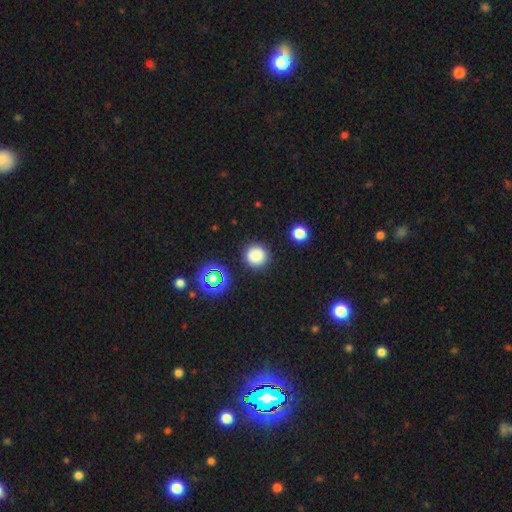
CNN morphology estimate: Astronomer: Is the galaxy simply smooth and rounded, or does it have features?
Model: smooth — 82%.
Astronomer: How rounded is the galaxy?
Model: round — 96%.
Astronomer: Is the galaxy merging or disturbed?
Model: none — 90%.